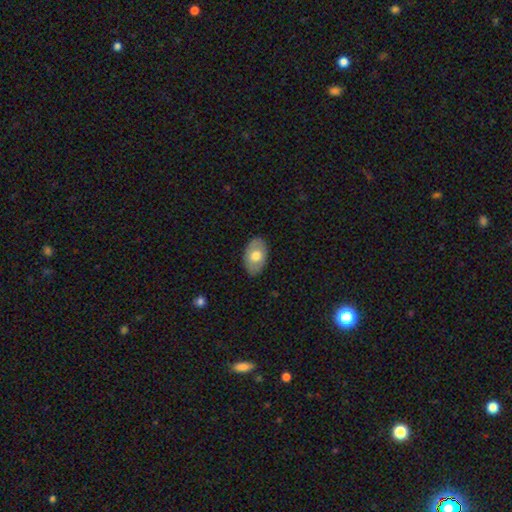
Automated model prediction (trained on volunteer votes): This is likely a smooth galaxy (65%). How rounded: clearly in between (90%). Merging: clearly none (83%).